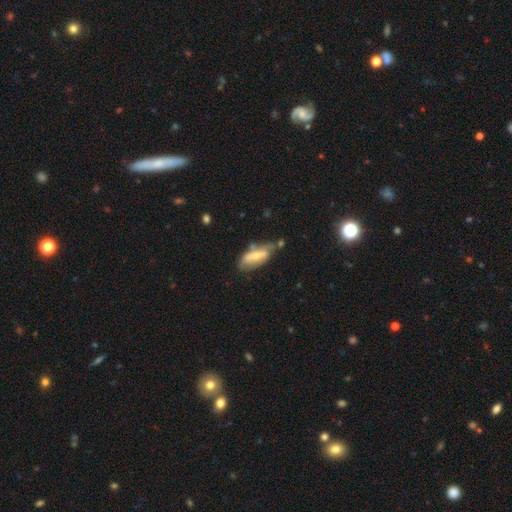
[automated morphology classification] This is possibly a smooth galaxy (52%). How rounded: likely in between (72%). Merging: possibly none (46%).